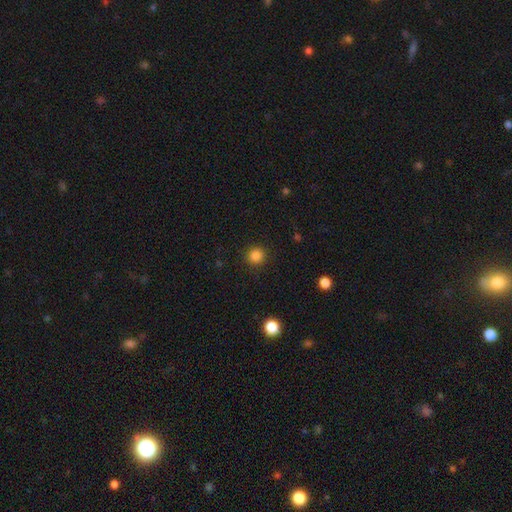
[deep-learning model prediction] Smooth or featured: smooth — 85% (star or artifact — 12%)
How rounded: round — 93% (in between — 6%)
Merging: none — 90% (minor disturbance — 6%)